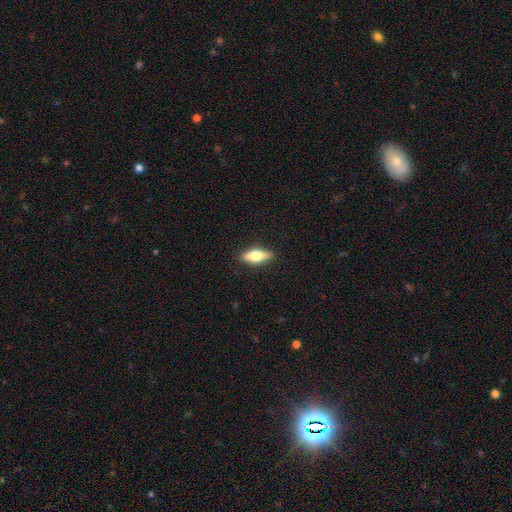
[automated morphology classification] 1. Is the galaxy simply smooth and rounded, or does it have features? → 65% smooth, 29% featured or disk, 7% star or artifact.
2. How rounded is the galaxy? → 68% in between, 28% cigar-shaped, 4% round.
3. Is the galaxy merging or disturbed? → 88% none, 9% minor disturbance, 2% major disturbance, 1% merger.